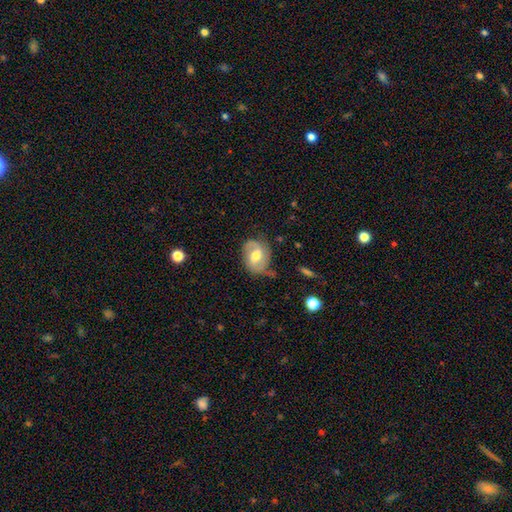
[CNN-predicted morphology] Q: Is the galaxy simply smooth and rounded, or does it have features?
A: featured or disk — 59%.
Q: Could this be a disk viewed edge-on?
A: no — 96%.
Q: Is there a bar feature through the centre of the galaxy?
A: weak — 50%.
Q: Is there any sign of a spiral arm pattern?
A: yes — 82%.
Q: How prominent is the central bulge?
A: moderate — 71%.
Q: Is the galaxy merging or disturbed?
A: none — 63%.